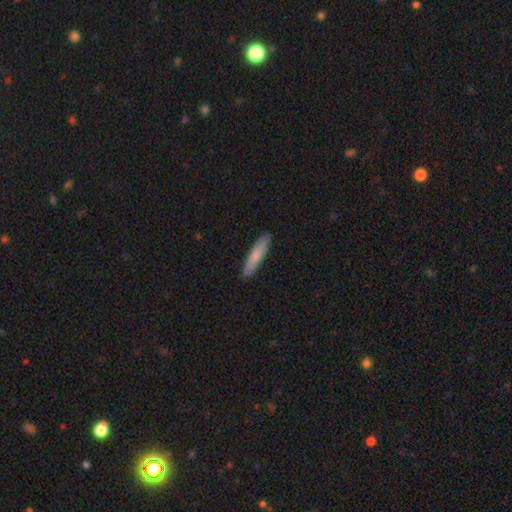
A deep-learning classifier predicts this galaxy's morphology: This appears to be a smooth galaxy with no disk features (80%) that is cigar-shaped (85%). Merging: none (91%).